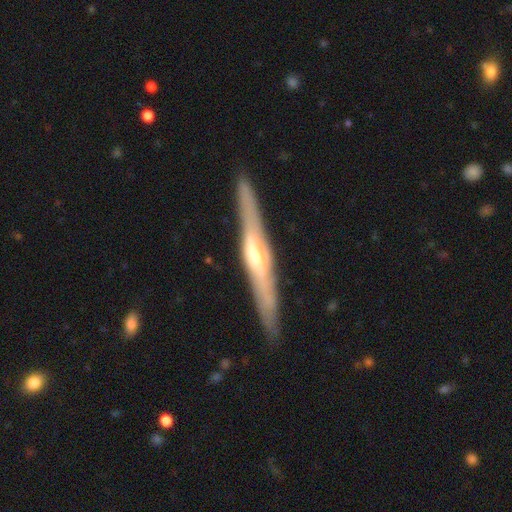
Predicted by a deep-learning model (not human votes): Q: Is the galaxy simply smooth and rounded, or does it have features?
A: featured or disk — 71%.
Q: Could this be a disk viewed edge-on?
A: yes — 93%.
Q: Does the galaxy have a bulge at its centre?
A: rounded — 67%.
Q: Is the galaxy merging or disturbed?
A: none — 87%.